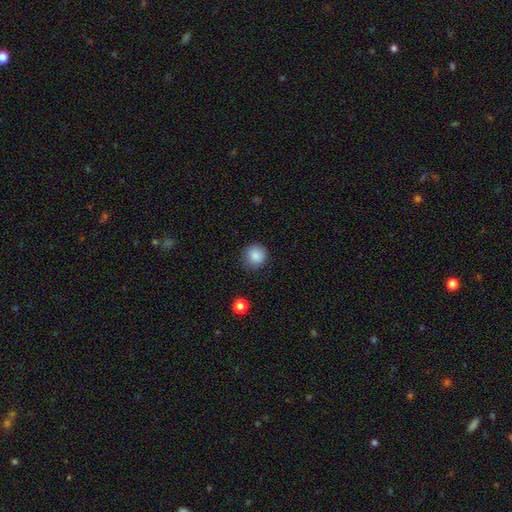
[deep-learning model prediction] This appears to be a smooth galaxy with no disk features (87%) that is round (92%). Merging: none (83%).